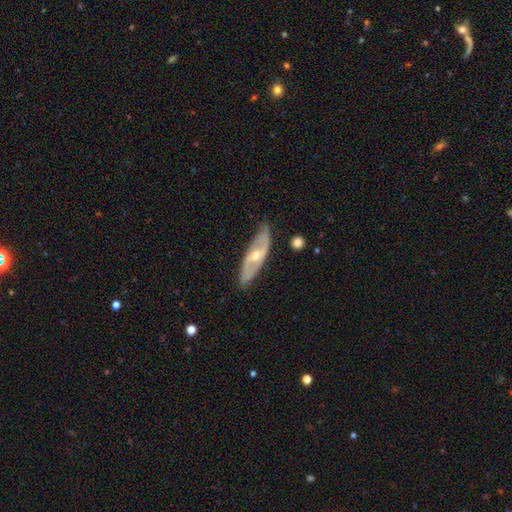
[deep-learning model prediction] Smooth or featured: featured or disk — 74% (smooth — 20%)
Edge-on disk: no — 74% (yes — 26%)
Bar: no — 46% (weak — 39%)
Spiral arms: yes — 78% (no — 22%)
Bulge size: moderate — 57% (small — 39%)
Merging: none — 82% (minor disturbance — 13%)